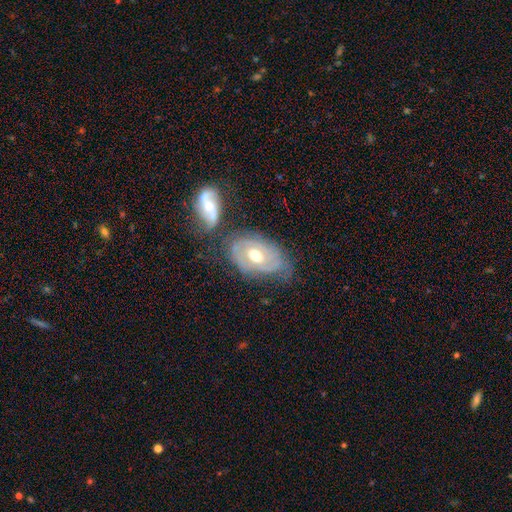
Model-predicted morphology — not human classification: The model was most divided on "bar": no: 55%, weak: 36%, strong: 9%. Remaining: edge-on disk — no (93%); bulge size — moderate (77%); spiral arms — yes (77%); smooth or featured — featured or disk (72%); spiral winding — tight (54%); spiral arm count — 2 (52%); merging — none (49%).